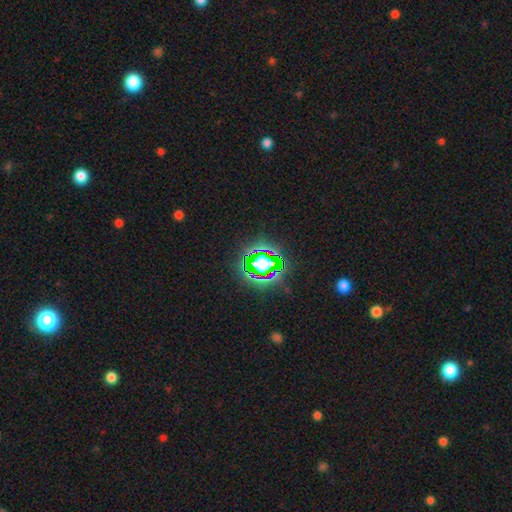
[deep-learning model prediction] Morphology: type=star or artifact (78%).